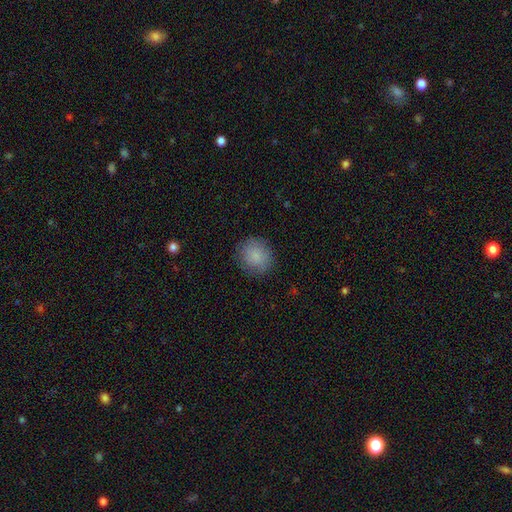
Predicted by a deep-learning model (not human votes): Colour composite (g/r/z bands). It shows a smooth galaxy with no disk features (85%) that is round (83%). Merging: none (84%).